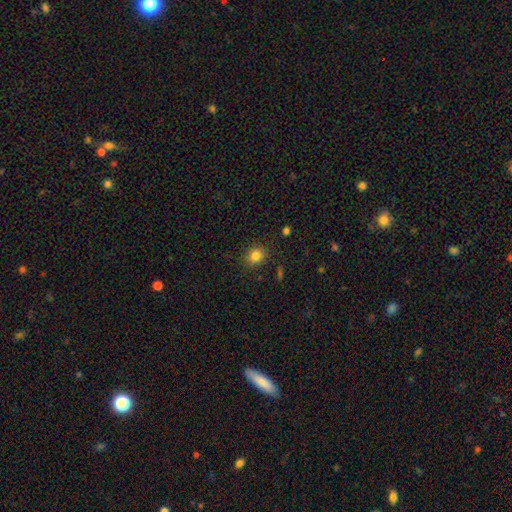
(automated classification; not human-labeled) A smooth galaxy with no disk features (83%) that is round (57%). Merging: none (85%).